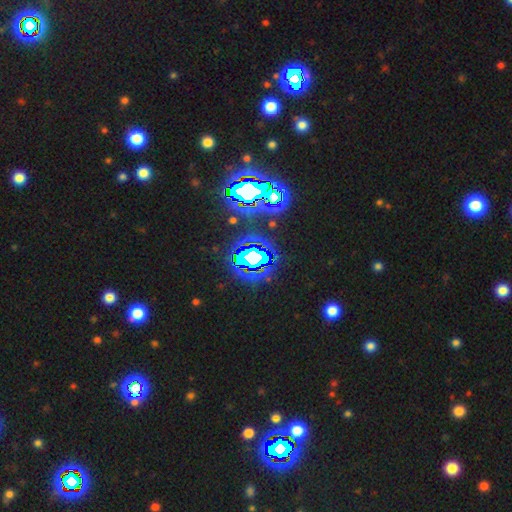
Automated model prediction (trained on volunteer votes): Overall: star or artifact (68%).